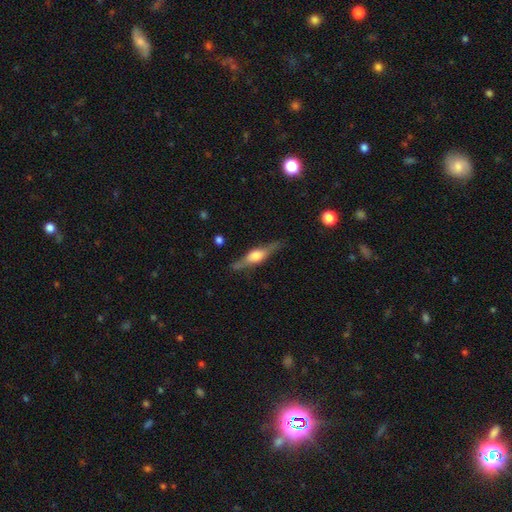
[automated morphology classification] Smooth or featured? featured or disk (71%)
Edge-on disk? yes (95%)
Edge-on bulge? rounded (87%)
Merging? none (83%)